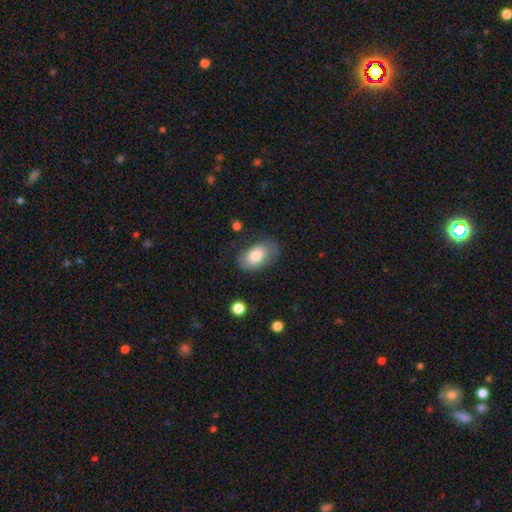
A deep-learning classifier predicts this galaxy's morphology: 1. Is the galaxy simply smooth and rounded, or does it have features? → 74% smooth, 19% featured or disk, 7% star or artifact.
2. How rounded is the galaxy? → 91% in between, 8% round, 1% cigar-shaped.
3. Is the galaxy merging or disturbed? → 67% none, 23% minor disturbance, 9% major disturbance, 2% merger.